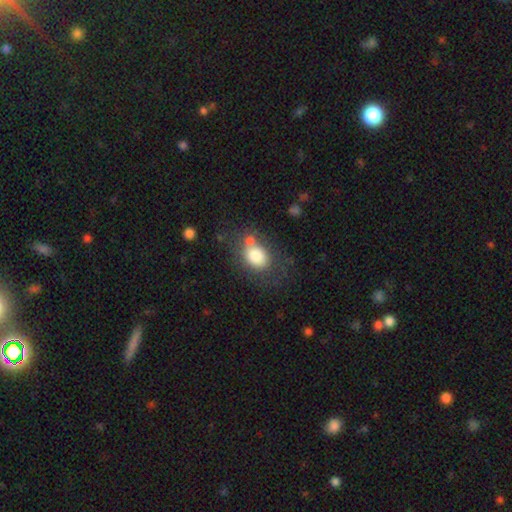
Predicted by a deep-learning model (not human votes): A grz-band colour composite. It shows a smooth galaxy with no disk features (79%) that is in between round and cigar-shaped (58%). Merging: none (55%).